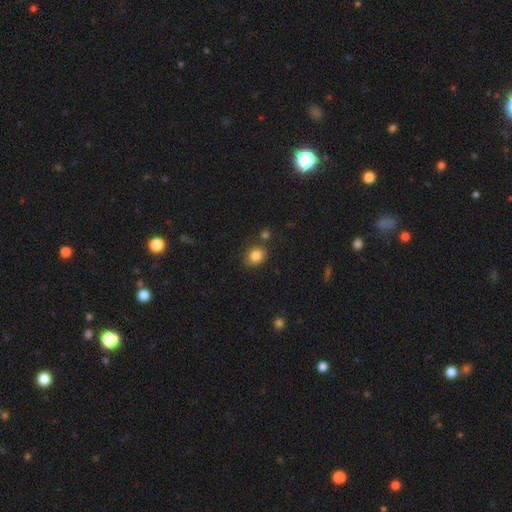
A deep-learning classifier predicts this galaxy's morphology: smooth-or-featured: smooth: 84% | star or artifact: 10% | featured or disk: 6%
  how-rounded: round: 56% | in between: 43% | cigar-shaped: 1%
  merging: none: 75% | minor disturbance: 13% | merger: 9% | major disturbance: 3%